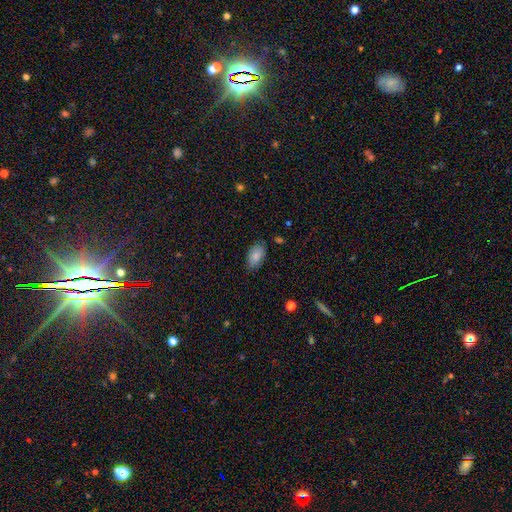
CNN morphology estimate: Smooth or featured?
  - smooth: 84% *
  - featured or disk: 9%
  - star or artifact: 7%
How rounded?
  - in between: 93% *
  - round: 6%
  - cigar-shaped: 2%
Merging?
  - none: 78% *
  - minor disturbance: 17%
  - major disturbance: 3%
  - merger: 1%